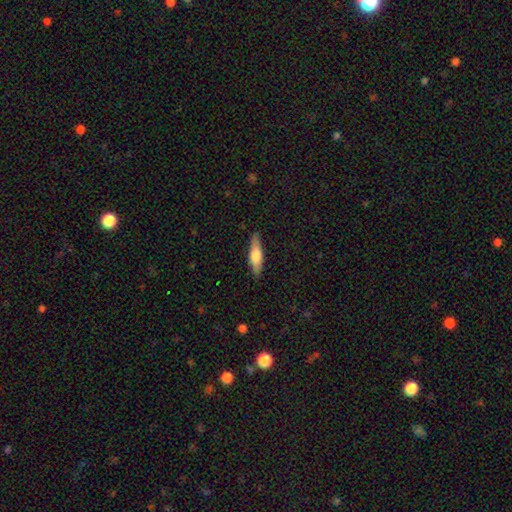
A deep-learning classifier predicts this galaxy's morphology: Overall: smooth (57%; featured or disk 37%). How rounded: cigar-shaped (67%; in between 31%). Merging: none (87%).